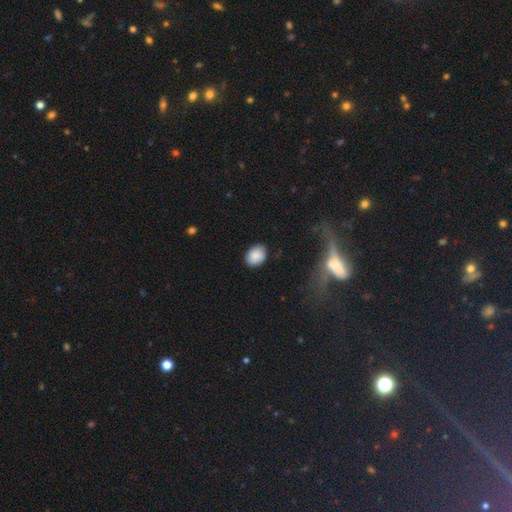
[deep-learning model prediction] Smooth or featured? Predicted: smooth (p=0.87). How rounded? Predicted: in between (p=0.67). Merging? Predicted: none (p=0.84).